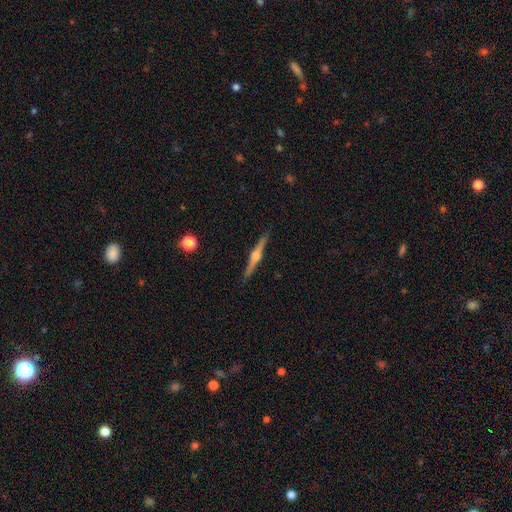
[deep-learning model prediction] The model was most divided on "smooth or featured": featured or disk: 81%, smooth: 14%, star or artifact: 5%. More confident: edge-on disk — yes (98%); merging — none (91%); edge-on bulge — rounded (91%).